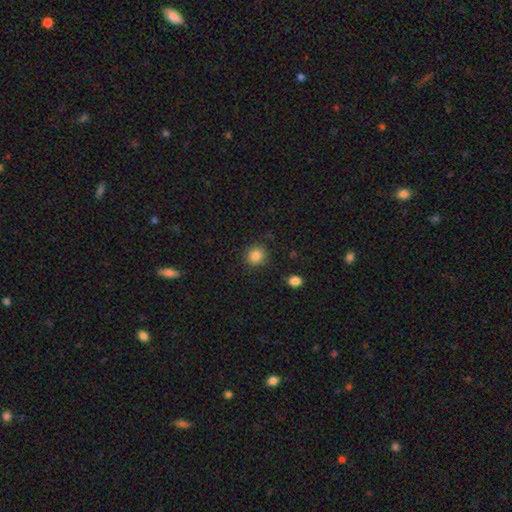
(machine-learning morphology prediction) A smooth galaxy with no disk features (85%) that is round (86%). Merging: none (88%).